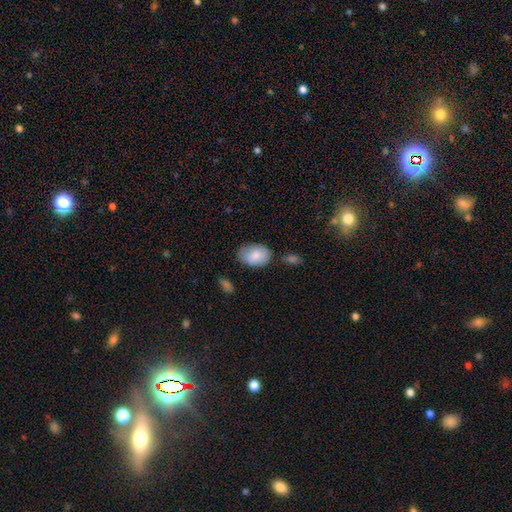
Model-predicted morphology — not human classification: A smooth galaxy with no disk features (80%) that is in between round and cigar-shaped (82%). Merging: none (62%).